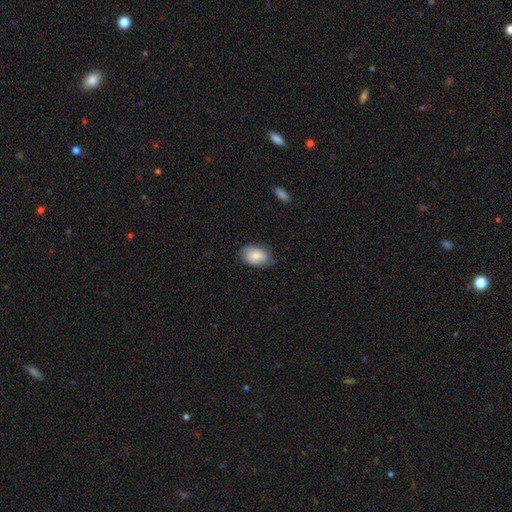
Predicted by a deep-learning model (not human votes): A smooth galaxy with no disk features (78%) that is in between round and cigar-shaped (86%). Merging: none (69%).